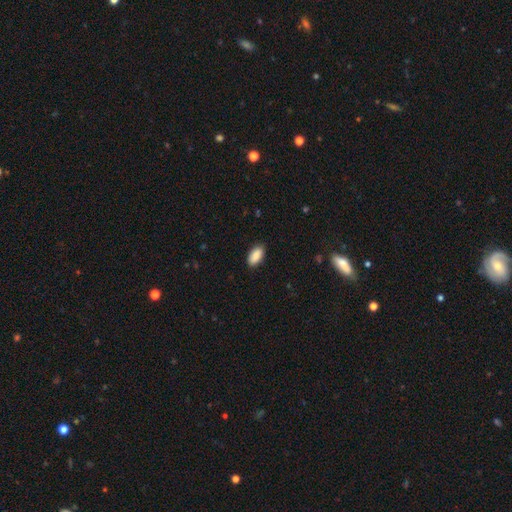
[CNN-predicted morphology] smooth_or_featured: smooth (p=0.89) [alt: star or artifact p=0.06]
how_rounded: in between (p=0.93) [alt: cigar-shaped p=0.04]
merging: none (p=0.88) [alt: minor disturbance p=0.09]